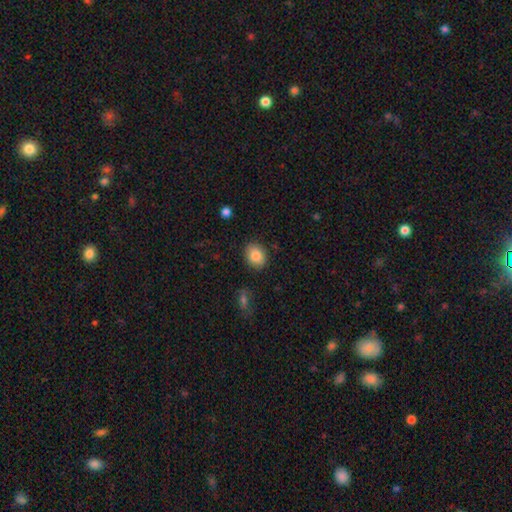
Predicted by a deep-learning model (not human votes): A smooth galaxy with no disk features (86%) that is in between round and cigar-shaped (55%).

Vote fractions:
- Smooth or featured? smooth: 86% / star or artifact: 8% / featured or disk: 6%
- How rounded? in between: 55% / round: 44% / cigar-shaped: 1%
- Merging? none: 87% / minor disturbance: 9% / major disturbance: 2% / merger: 2%